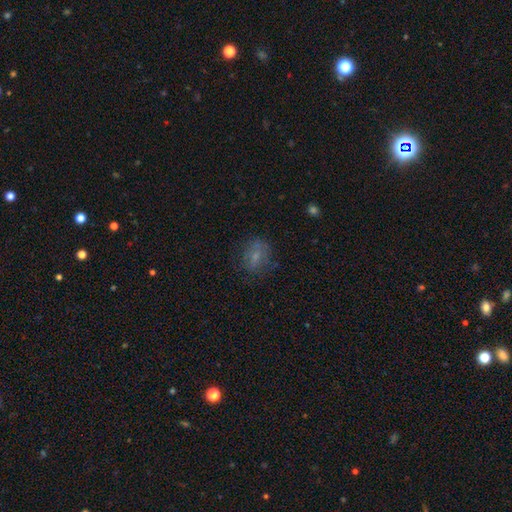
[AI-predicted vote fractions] Q: Smooth or featured?
A: smooth (59%); runner-up: featured or disk (27%)
Q: How rounded?
A: in between (54%); runner-up: round (43%)
Q: Merging?
A: none (66%); runner-up: minor disturbance (20%)